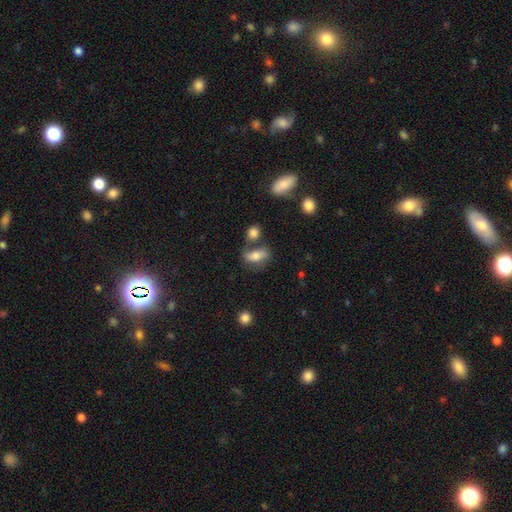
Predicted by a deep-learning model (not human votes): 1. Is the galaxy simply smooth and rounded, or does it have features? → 63% smooth, 27% featured or disk, 10% star or artifact.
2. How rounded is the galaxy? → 77% in between, 14% cigar-shaped, 10% round.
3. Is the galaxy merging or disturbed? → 49% none, 22% merger, 19% minor disturbance, 10% major disturbance.